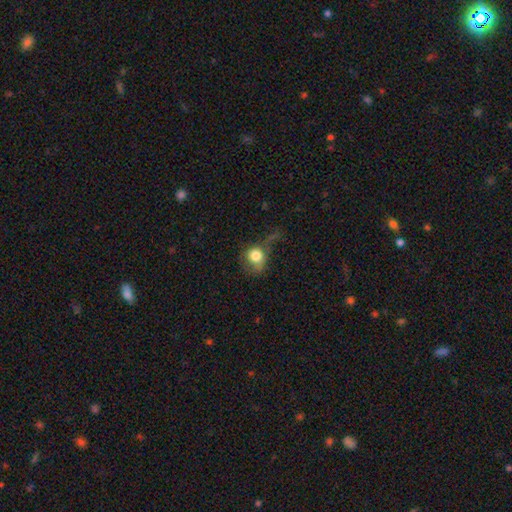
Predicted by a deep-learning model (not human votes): Smooth or featured?
  - smooth: 76% *
  - featured or disk: 14%
  - star or artifact: 10%
How rounded?
  - round: 75% *
  - in between: 24%
  - cigar-shaped: 1%
Merging?
  - none: 35% *
  - major disturbance: 33%
  - minor disturbance: 27%
  - merger: 5%